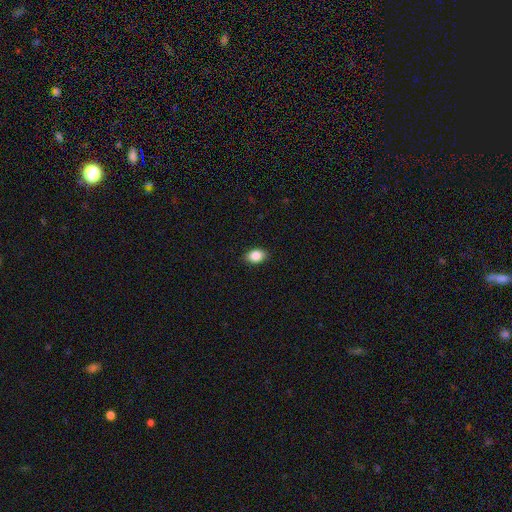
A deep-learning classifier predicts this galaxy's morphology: Q: Smooth or featured?
A: smooth (87%); runner-up: star or artifact (8%)
Q: How rounded?
A: in between (82%); runner-up: round (16%)
Q: Merging?
A: none (89%); runner-up: minor disturbance (8%)